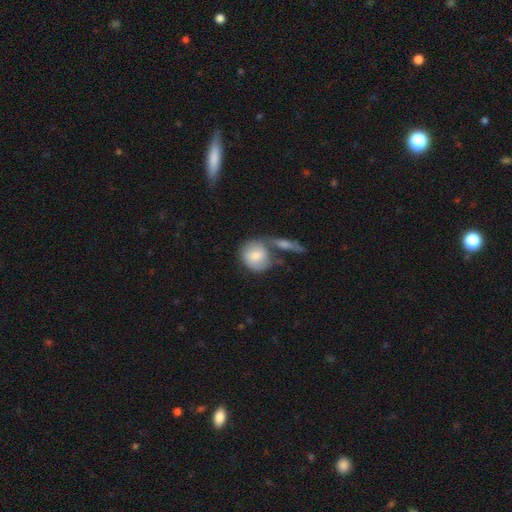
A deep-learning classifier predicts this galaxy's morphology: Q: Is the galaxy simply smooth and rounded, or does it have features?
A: smooth — 74%.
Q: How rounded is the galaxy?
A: round — 80%.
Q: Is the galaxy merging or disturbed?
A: merger — 40%.